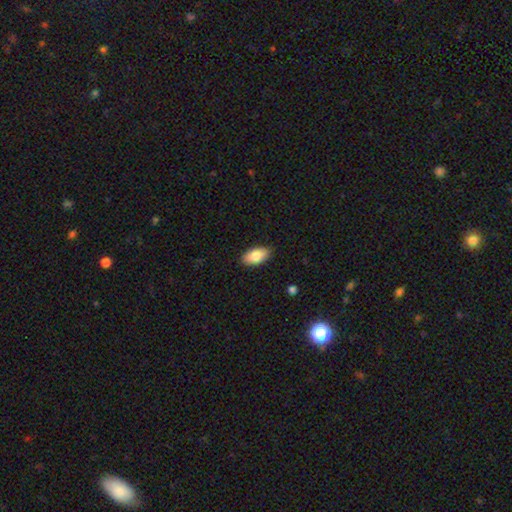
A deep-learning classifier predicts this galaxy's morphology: Smooth or featured? Predicted: smooth (p=0.85). How rounded? Predicted: in between (p=0.94). Merging? Predicted: none (p=0.87).